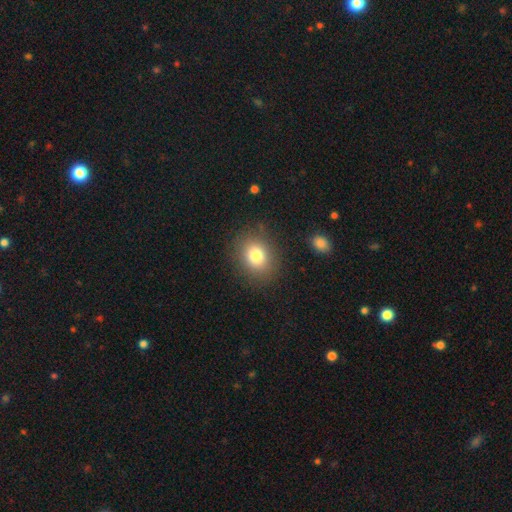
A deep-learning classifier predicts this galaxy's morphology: smooth 79%, star or artifact 11%, featured or disk 10%. Down the decision tree: how rounded — round (60%); merging — none (85%).